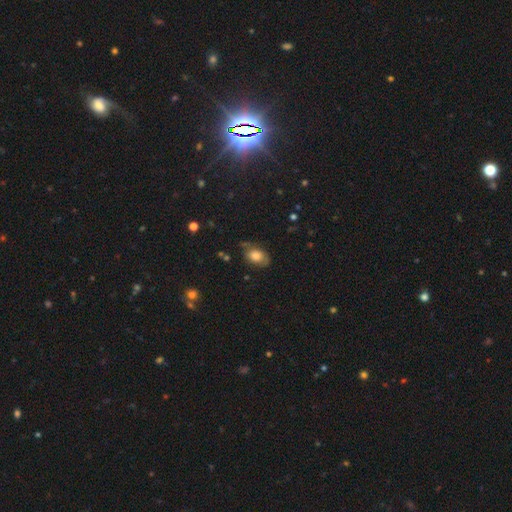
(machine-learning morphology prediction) smooth 70%, featured or disk 21%, star or artifact 9%. Down the decision tree: how rounded — in between (83%); merging — none (59%).